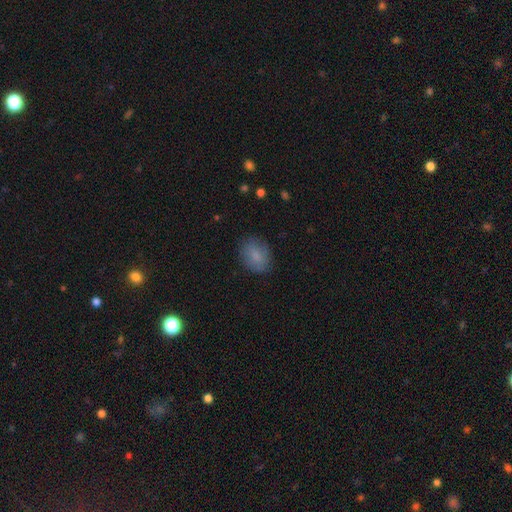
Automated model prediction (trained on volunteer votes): The model was most divided on "how rounded": in between: 70%, round: 28%, cigar-shaped: 1%. More confident: smooth or featured — smooth (82%); merging — none (80%).